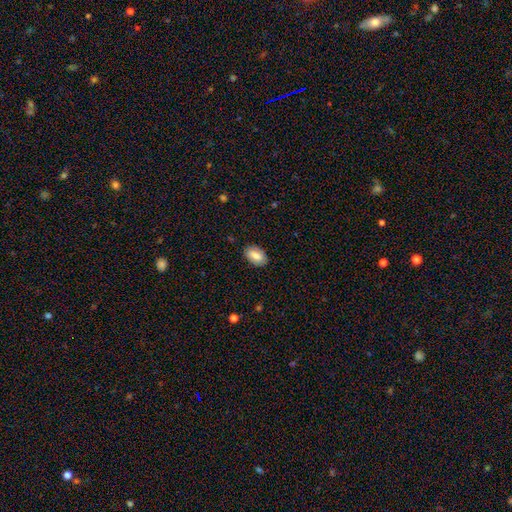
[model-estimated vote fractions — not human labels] Smooth or featured? Predicted: smooth (p=0.79). How rounded? Predicted: in between (p=0.92). Merging? Predicted: none (p=0.86).